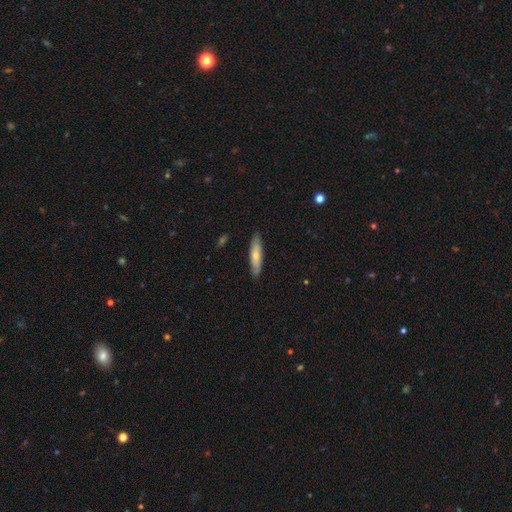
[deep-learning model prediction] Q: Smooth or featured?
A: smooth (62%); runner-up: featured or disk (32%)
Q: How rounded?
A: cigar-shaped (75%); runner-up: in between (23%)
Q: Merging?
A: none (87%); runner-up: minor disturbance (10%)